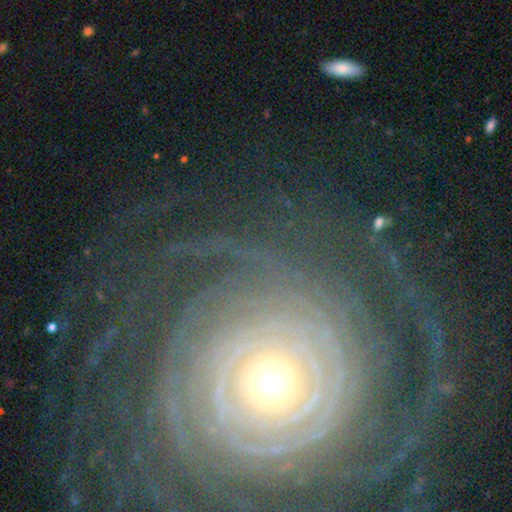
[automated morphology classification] Q: Smooth or featured?
A: featured or disk (88%); runner-up: star or artifact (7%)
Q: Edge-on disk?
A: no (97%); runner-up: yes (3%)
Q: Bar?
A: no (80%); runner-up: weak (12%)
Q: Spiral arms?
A: yes (97%); runner-up: no (3%)
Q: Spiral winding?
A: tight (85%); runner-up: medium (11%)
Q: Spiral arm count?
A: more than 4 (25%); runner-up: can't tell (23%)
Q: Bulge size?
A: small (48%); runner-up: moderate (46%)
Q: Merging?
A: none (76%); runner-up: minor disturbance (11%)